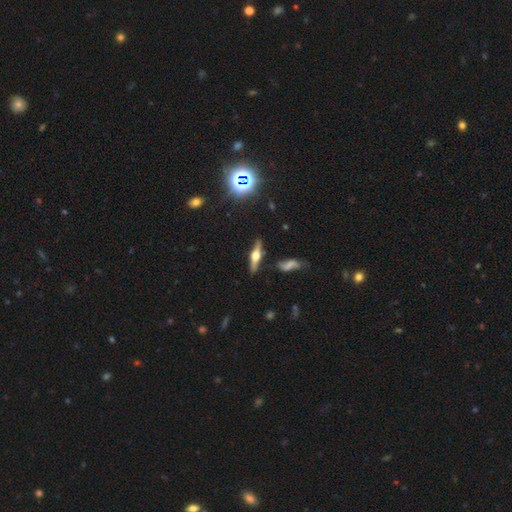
Smooth or featured: featured or disk — 65% (smooth — 30%)
Edge-on disk: yes — 96% (no — 4%)
Edge-on bulge: rounded — 96% (none — 4%)
Merging: none — 74% (minor disturbance — 13%)